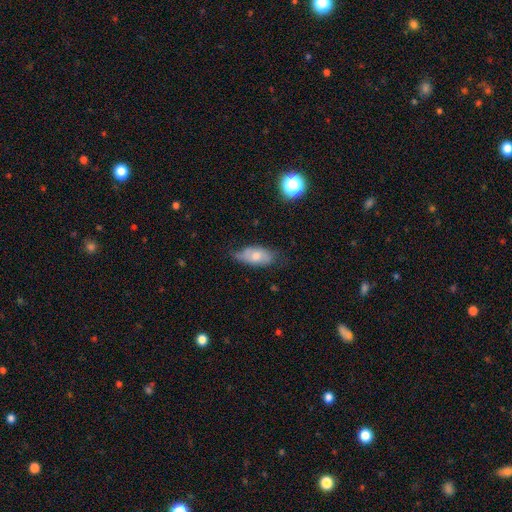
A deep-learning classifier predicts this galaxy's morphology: Overall: smooth (60%; featured or disk 33%). How rounded: in between (90%). Merging: none (54%; minor disturbance 34%).